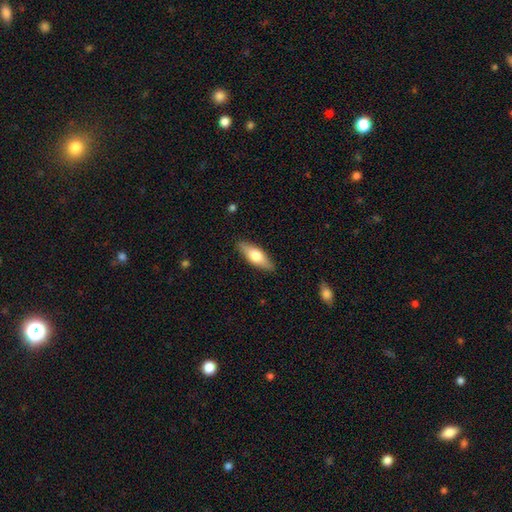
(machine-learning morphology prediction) A smooth galaxy with no disk features (63%) that is in between round and cigar-shaped (62%). Merging: none (87%).